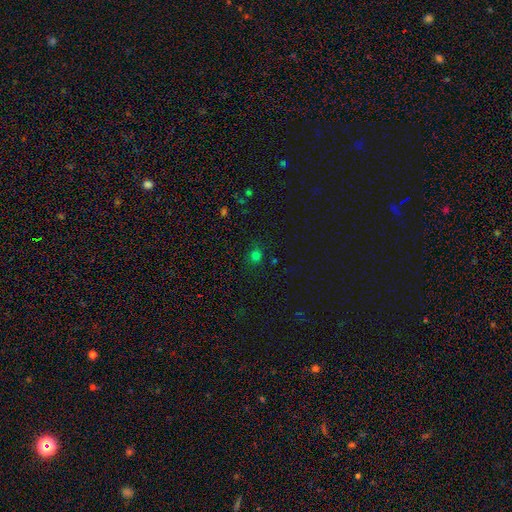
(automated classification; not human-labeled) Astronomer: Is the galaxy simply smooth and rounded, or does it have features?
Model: smooth — 73%.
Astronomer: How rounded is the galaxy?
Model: round — 77%.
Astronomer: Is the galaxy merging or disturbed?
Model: none — 81%.